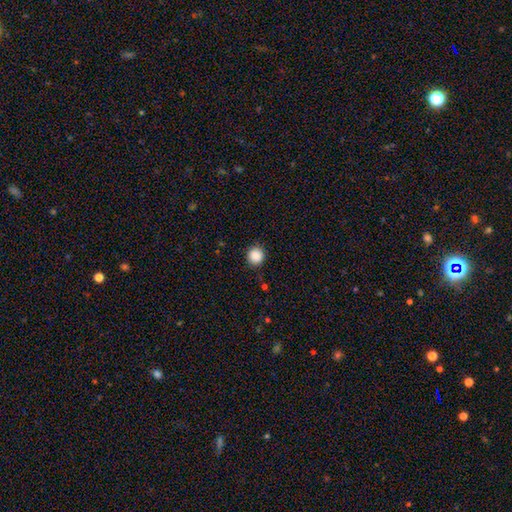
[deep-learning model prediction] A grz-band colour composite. It shows a smooth galaxy with no disk features (88%) that is round (93%). Merging: none (89%).